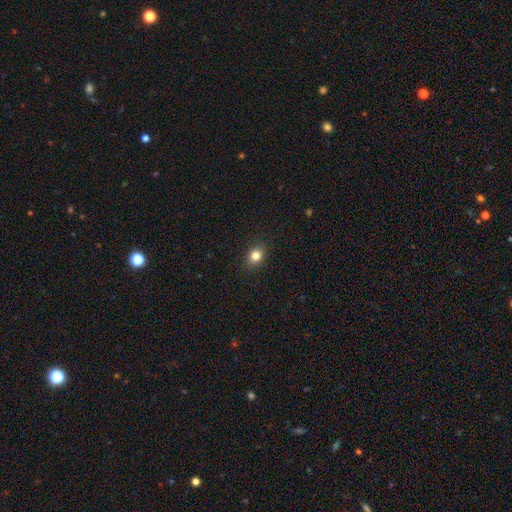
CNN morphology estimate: Overall: smooth (81%). How rounded: round (56%; in between 42%). Merging: none (88%).